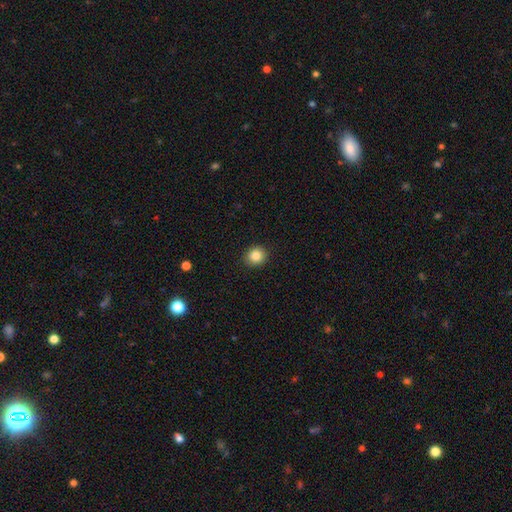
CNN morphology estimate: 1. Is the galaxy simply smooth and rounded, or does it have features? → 85% smooth, 10% star or artifact, 5% featured or disk.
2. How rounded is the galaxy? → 86% round, 13% in between, 1% cigar-shaped.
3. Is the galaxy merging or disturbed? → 91% none, 6% minor disturbance, 2% major disturbance, 1% merger.